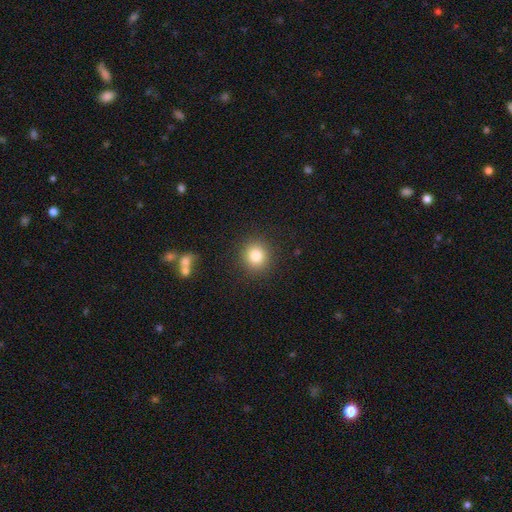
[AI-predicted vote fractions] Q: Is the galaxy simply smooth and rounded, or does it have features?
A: smooth — 83%.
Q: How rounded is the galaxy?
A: round — 88%.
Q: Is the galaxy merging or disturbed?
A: none — 89%.